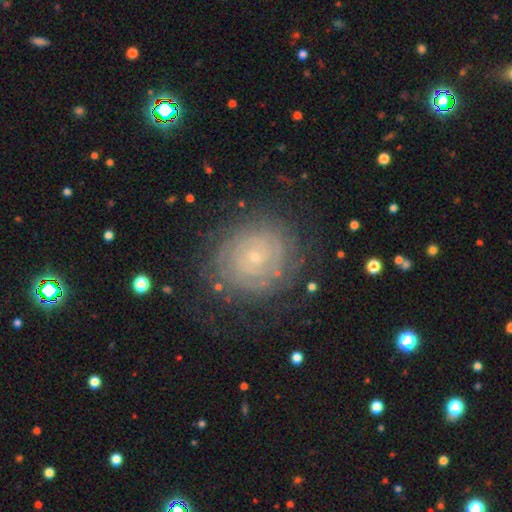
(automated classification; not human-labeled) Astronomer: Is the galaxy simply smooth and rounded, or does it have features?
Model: featured or disk — 74%.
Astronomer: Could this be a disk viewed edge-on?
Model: no — 97%.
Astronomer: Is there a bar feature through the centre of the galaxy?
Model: no — 82%.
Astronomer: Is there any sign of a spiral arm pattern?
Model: yes — 87%.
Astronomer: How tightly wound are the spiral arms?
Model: tight — 84%.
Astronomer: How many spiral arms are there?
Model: can't tell — 48%.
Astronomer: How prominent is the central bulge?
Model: small — 85%.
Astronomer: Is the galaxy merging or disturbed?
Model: none — 77%.